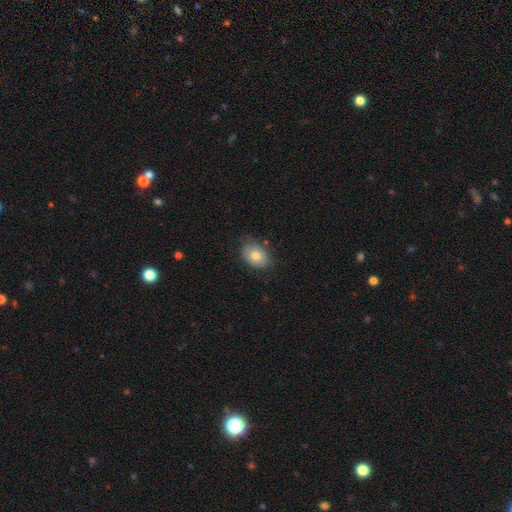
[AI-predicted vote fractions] smooth-or-featured: smooth: 77% | featured or disk: 16% | star or artifact: 8%
  how-rounded: in between: 76% | round: 23% | cigar-shaped: 1%
  merging: none: 74% | minor disturbance: 20% | major disturbance: 4% | merger: 1%